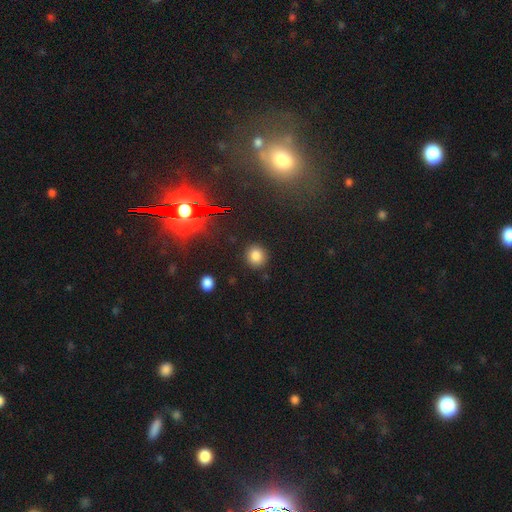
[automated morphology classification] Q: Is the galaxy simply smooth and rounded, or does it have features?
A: smooth — 79%.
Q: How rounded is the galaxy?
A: round — 84%.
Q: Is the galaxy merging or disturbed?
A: none — 89%.